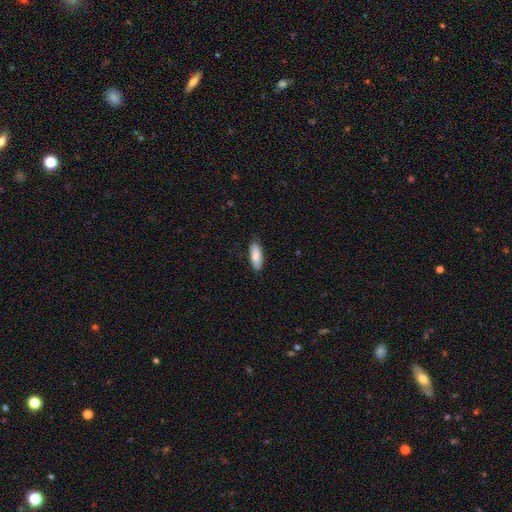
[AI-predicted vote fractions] smooth 86%, featured or disk 9%, star or artifact 5%. Down the decision tree: how rounded — in between (68%); merging — none (84%).